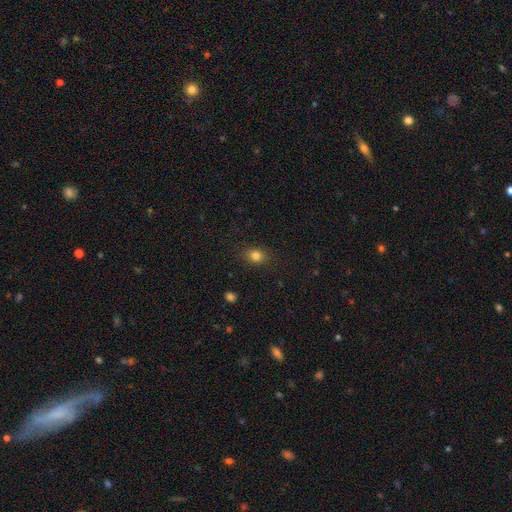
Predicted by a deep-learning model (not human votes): smooth_or_featured: smooth (p=0.81) [alt: star or artifact p=0.12]
how_rounded: in between (p=0.51) [alt: round p=0.48]
merging: none (p=0.85) [alt: minor disturbance p=0.11]